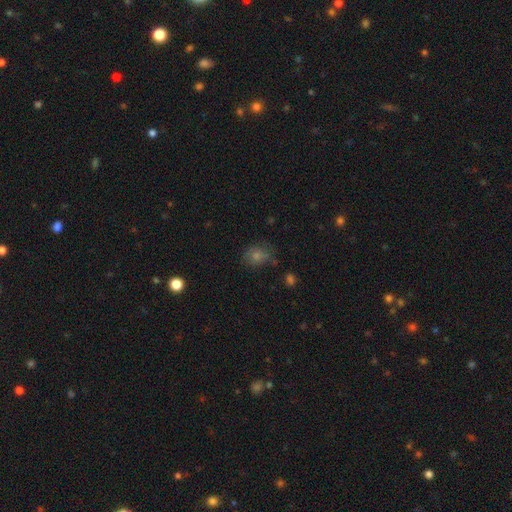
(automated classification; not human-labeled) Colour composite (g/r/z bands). It shows a smooth galaxy with no disk features (63%) that is round (59%). Merging: none (69%).